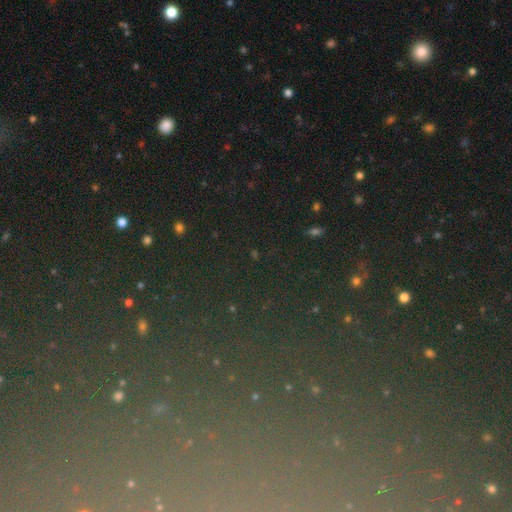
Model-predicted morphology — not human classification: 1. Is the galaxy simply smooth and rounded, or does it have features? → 73% star or artifact, 16% smooth, 11% featured or disk.